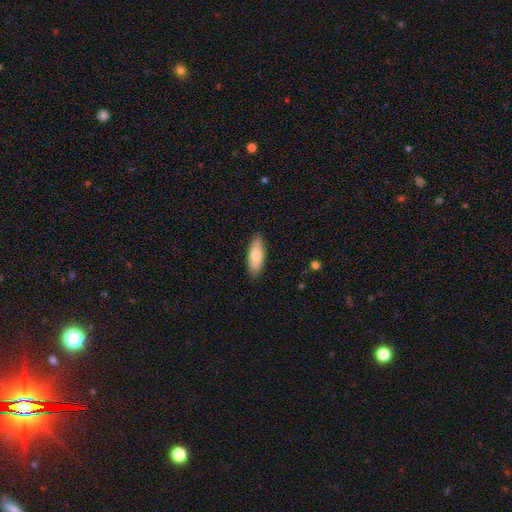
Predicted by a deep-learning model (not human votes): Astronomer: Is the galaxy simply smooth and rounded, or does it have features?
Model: smooth — 78%.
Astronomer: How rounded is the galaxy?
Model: in between — 68%.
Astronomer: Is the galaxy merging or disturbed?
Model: none — 88%.